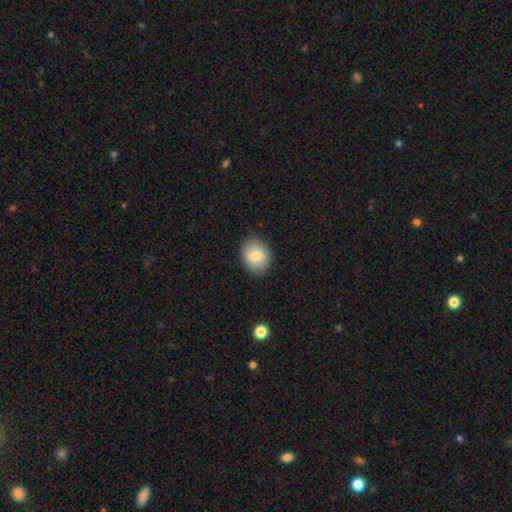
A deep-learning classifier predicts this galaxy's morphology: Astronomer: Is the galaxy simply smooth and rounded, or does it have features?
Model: smooth — 80%.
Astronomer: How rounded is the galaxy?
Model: round — 56% (runner-up: in between, 43%).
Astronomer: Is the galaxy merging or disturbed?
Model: none — 87%.